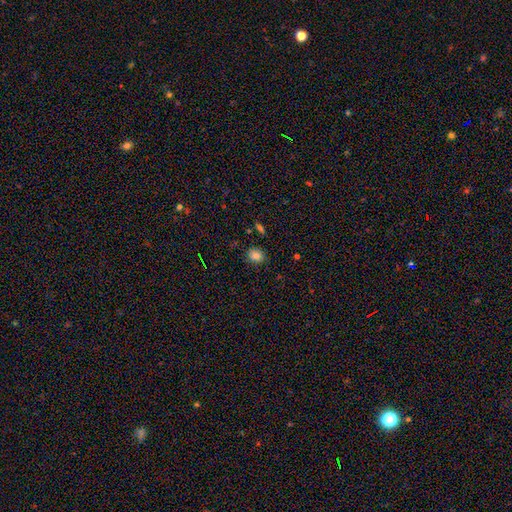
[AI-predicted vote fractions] Smooth or featured: smooth — 81% (star or artifact — 13%)
How rounded: round — 64% (in between — 35%)
Merging: none — 84% (minor disturbance — 12%)